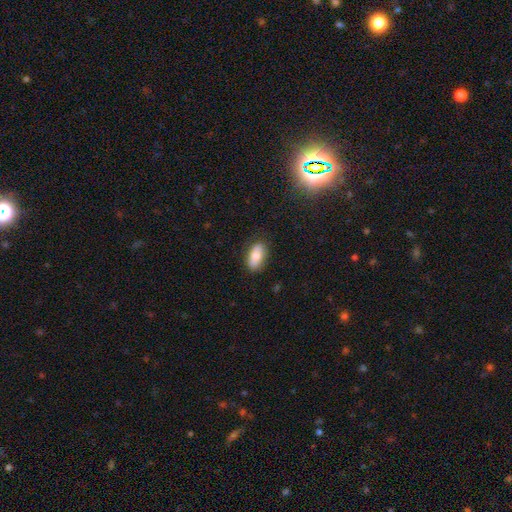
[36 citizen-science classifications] Overall: smooth (78%). How rounded: in between (93%). Merging: none (83%).